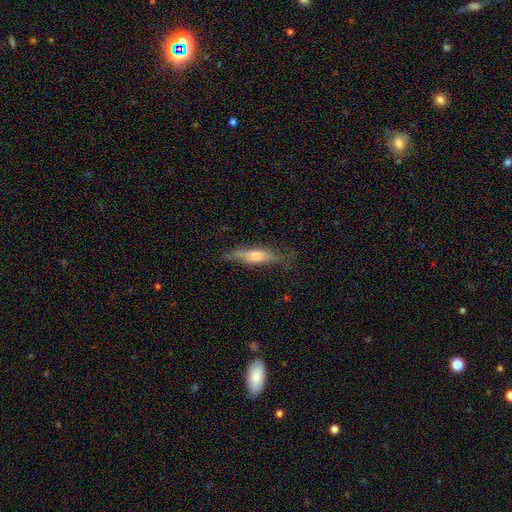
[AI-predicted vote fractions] Morphology: type=smooth (51%); roundness=cigar-shaped (71%); merging=none (60%).